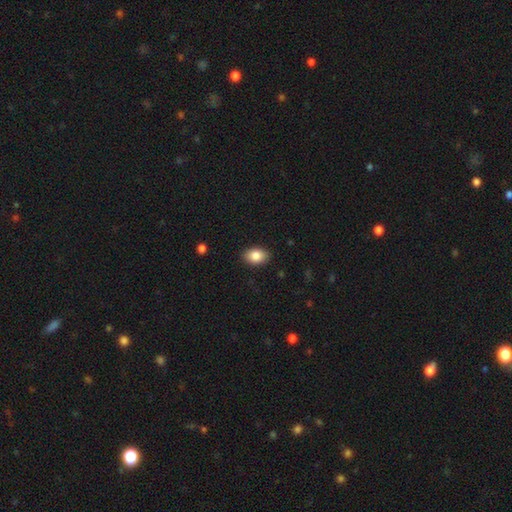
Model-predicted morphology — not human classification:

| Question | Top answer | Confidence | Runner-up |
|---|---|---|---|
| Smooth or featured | smooth | 86% | star or artifact (8%) |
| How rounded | in between | 84% | round (15%) |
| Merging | none | 88% | minor disturbance (9%) |